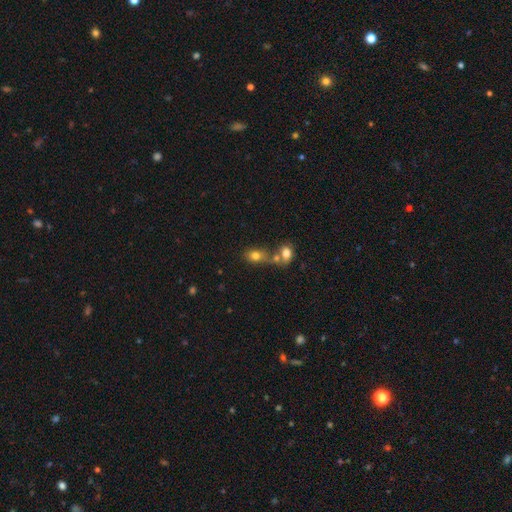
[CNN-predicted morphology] Smooth or featured? Predicted: smooth (p=0.77). How rounded? Predicted: in between (p=0.64). Merging? Predicted: merger (p=0.47).